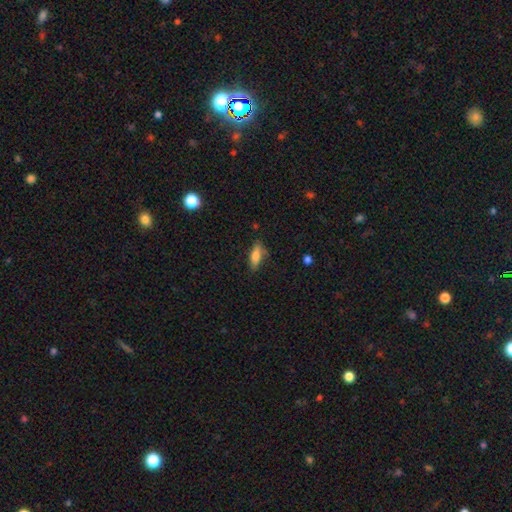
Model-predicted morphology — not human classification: type=smooth (76%); roundness=in between (63%); merging=none (70%).